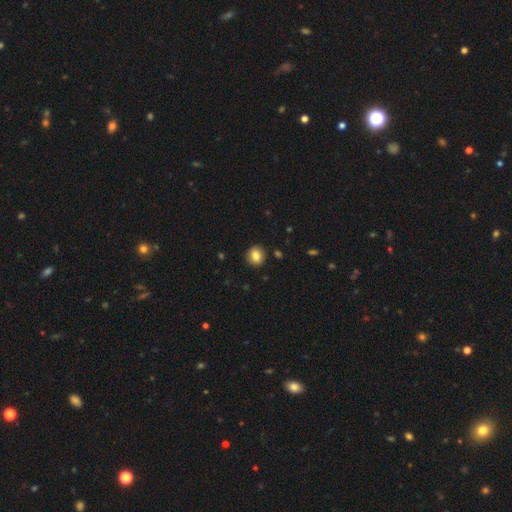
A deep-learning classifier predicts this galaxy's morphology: A smooth galaxy with no disk features (85%) that is round (75%). Merging: none (90%).